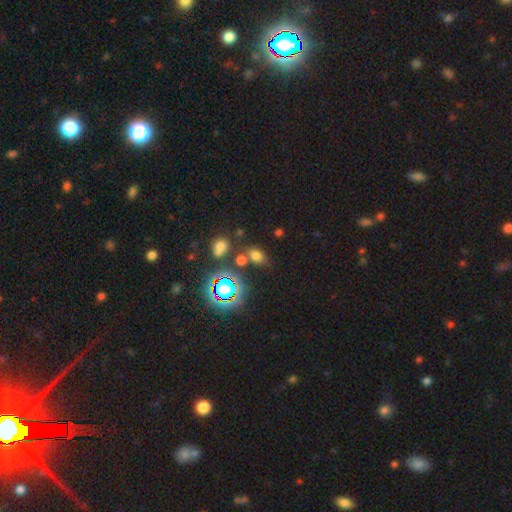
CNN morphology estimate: This appears to be a smooth galaxy with no disk features (62%) that is in between round and cigar-shaped (72%). Merging: none (69%).